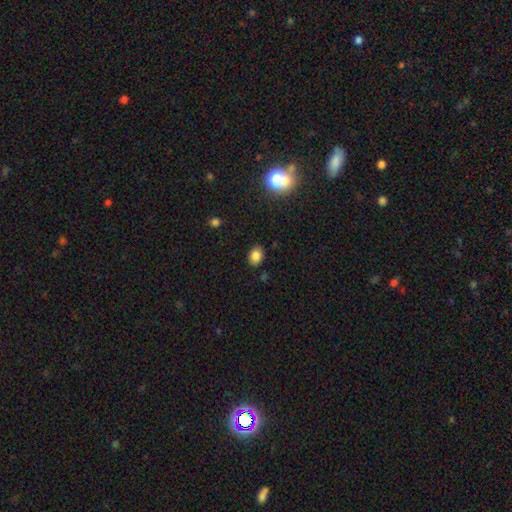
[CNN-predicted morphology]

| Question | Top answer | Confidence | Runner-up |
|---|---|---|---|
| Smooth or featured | smooth | 83% | star or artifact (11%) |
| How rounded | in between | 66% | round (33%) |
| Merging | none | 86% | minor disturbance (10%) |